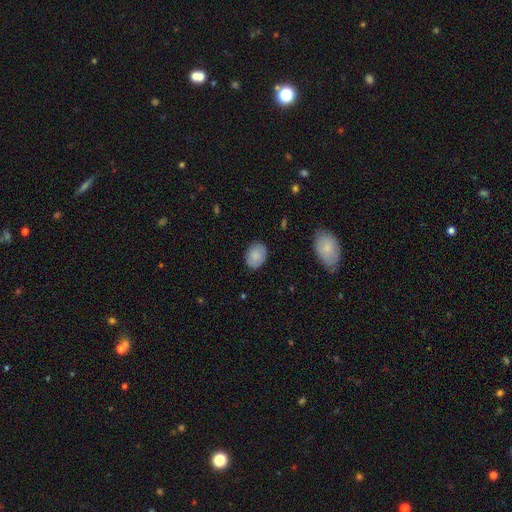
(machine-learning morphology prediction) smooth 85%, featured or disk 9%, star or artifact 7%. Down the decision tree: how rounded — in between (67%); merging — none (84%).